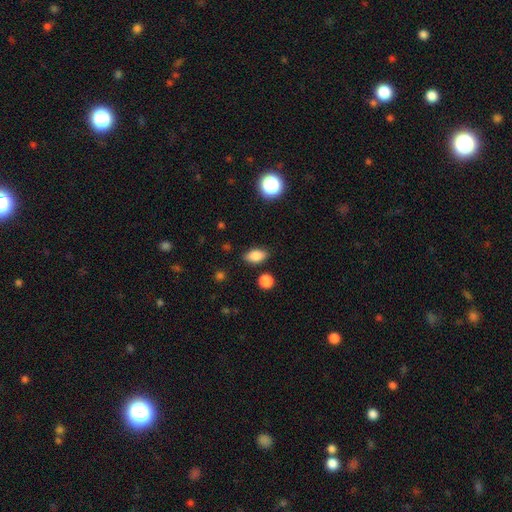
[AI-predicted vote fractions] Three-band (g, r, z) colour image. It shows a smooth galaxy with no disk features (84%) that is in between round and cigar-shaped (87%). Merging: none (85%).